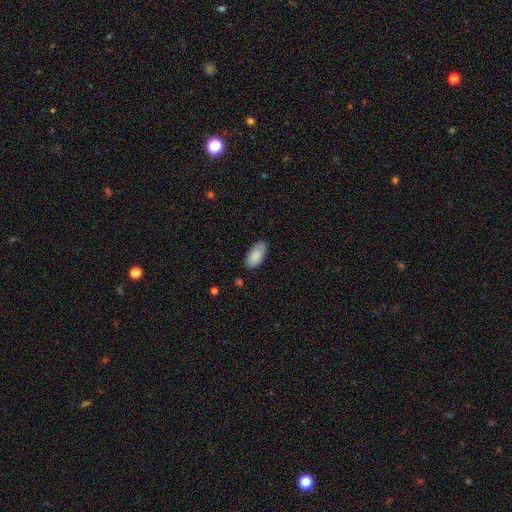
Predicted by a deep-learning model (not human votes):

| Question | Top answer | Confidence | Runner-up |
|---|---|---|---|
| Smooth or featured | smooth | 88% | featured or disk (6%) |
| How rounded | in between | 94% | cigar-shaped (4%) |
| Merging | none | 82% | minor disturbance (14%) |